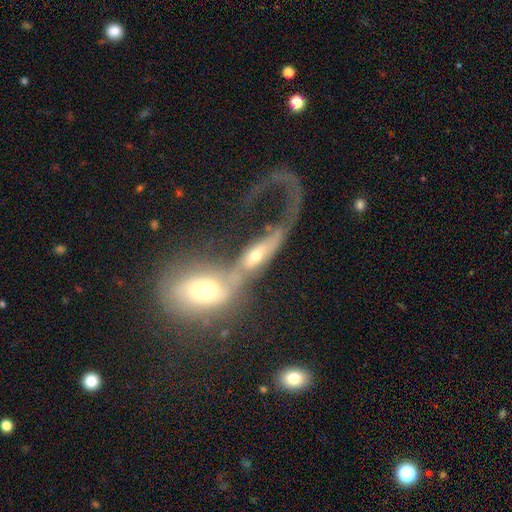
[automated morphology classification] Smooth or featured: featured or disk — 54% (smooth — 35%)
Edge-on disk: no — 80% (yes — 20%)
Merging: merger — 73% (major disturbance — 15%)